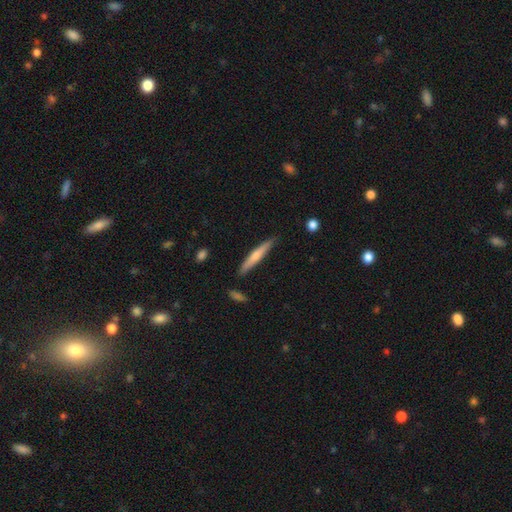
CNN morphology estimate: This appears to be a smooth galaxy with no disk features (56%) that is cigar-shaped (94%). Merging: none (85%).